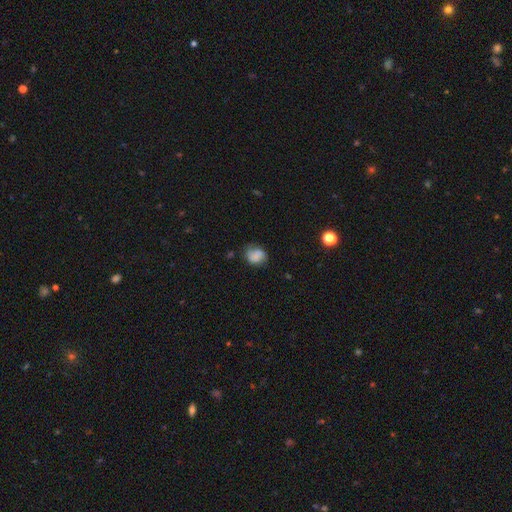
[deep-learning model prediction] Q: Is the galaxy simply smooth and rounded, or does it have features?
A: smooth — 67%.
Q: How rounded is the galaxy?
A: round — 54%.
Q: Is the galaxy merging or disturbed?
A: none — 57%.